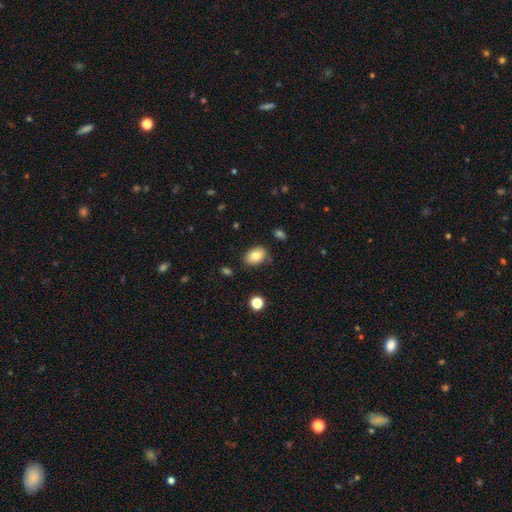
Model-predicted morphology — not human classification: This is clearly a smooth galaxy (84%). How rounded: likely in between (80%). Merging: clearly none (80%).